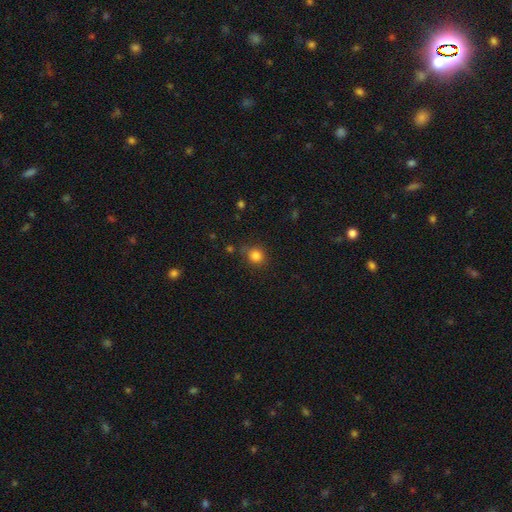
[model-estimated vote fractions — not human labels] smooth_or_featured: smooth (p=0.83) [alt: star or artifact p=0.12]
how_rounded: round (p=0.82) [alt: in between p=0.17]
merging: none (p=0.76) [alt: minor disturbance p=0.16]